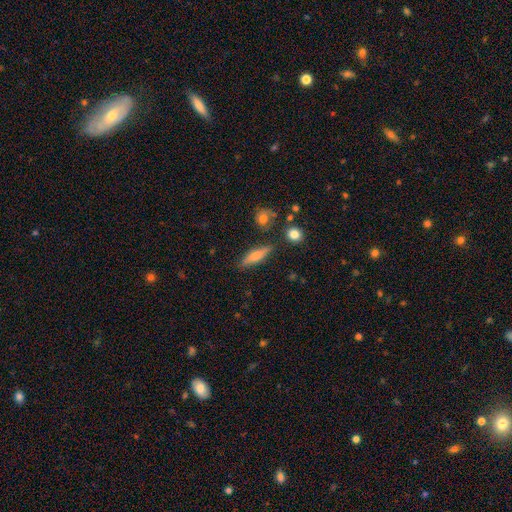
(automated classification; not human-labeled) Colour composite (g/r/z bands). It shows a smooth galaxy with no disk features (61%) that is cigar-shaped (60%). Merging: none (80%).